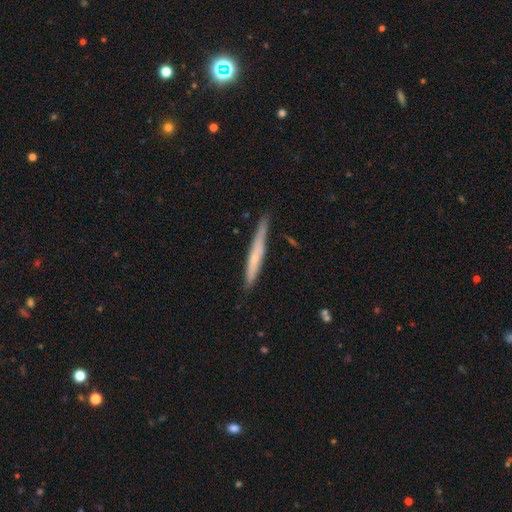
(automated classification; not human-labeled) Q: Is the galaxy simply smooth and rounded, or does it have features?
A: smooth — 47%, tied with featured or disk.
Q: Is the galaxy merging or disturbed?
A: none — 84%.